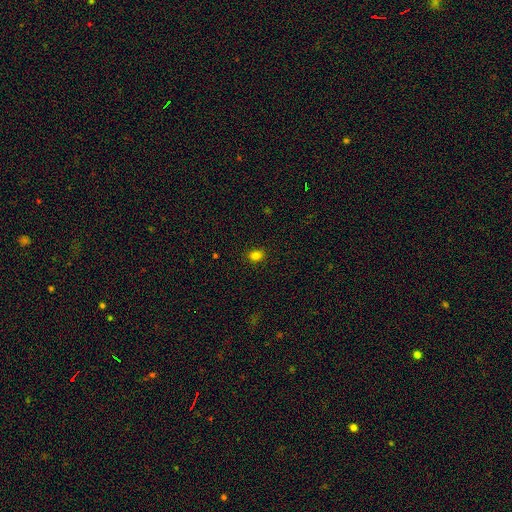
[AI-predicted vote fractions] Smooth or featured: smooth — 82% (star or artifact — 14%)
How rounded: in between — 62% (round — 37%)
Merging: none — 88% (minor disturbance — 9%)